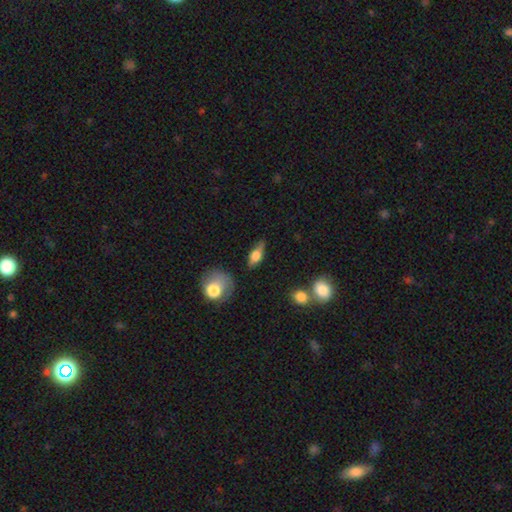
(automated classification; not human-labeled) This appears to be a smooth galaxy with no disk features (55%) that is in between round and cigar-shaped (66%). Merging: none (65%).